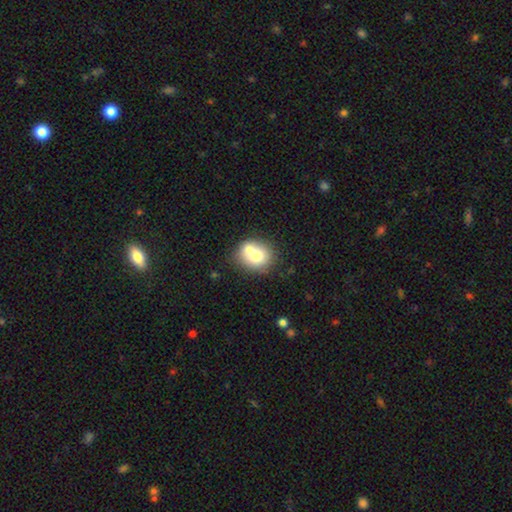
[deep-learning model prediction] Smooth or featured? Predicted: smooth (p=0.70). How rounded? Predicted: round (p=0.69). Merging? Predicted: merger (p=0.44).